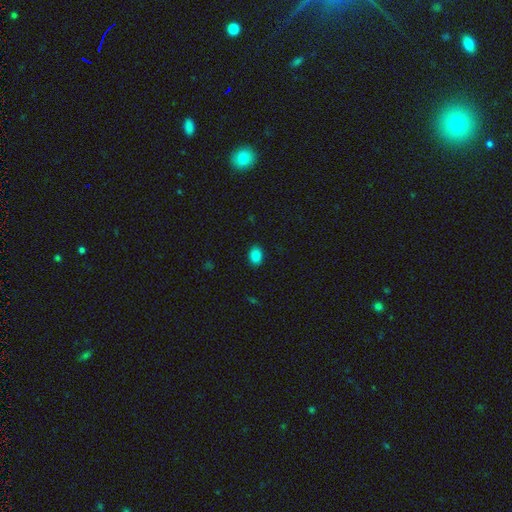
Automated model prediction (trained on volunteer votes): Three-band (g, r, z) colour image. It shows a smooth galaxy with no disk features (86%) that is in between round and cigar-shaped (75%). Merging: none (90%).